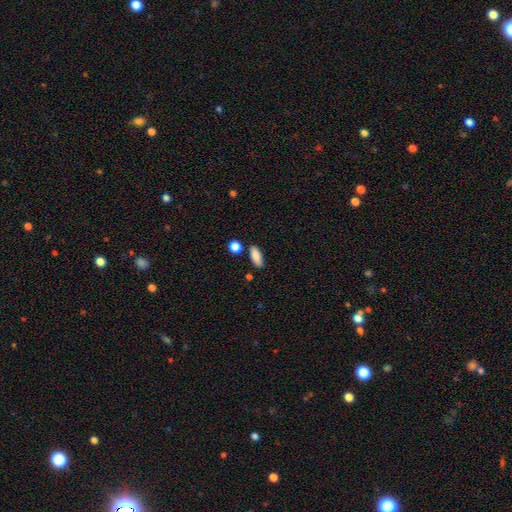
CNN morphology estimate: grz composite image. It shows a smooth galaxy with no disk features (87%) that is in between round and cigar-shaped (78%). Merging: none (81%).